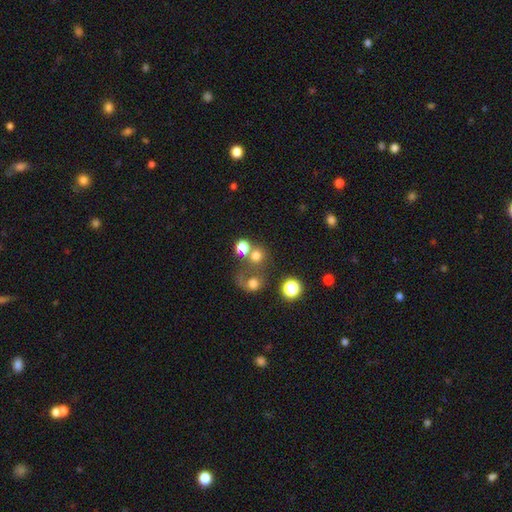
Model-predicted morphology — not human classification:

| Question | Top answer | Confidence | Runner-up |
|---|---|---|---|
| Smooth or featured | smooth | 69% | star or artifact (18%) |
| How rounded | round | 85% | in between (14%) |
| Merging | none | 46% | merger (36%) |